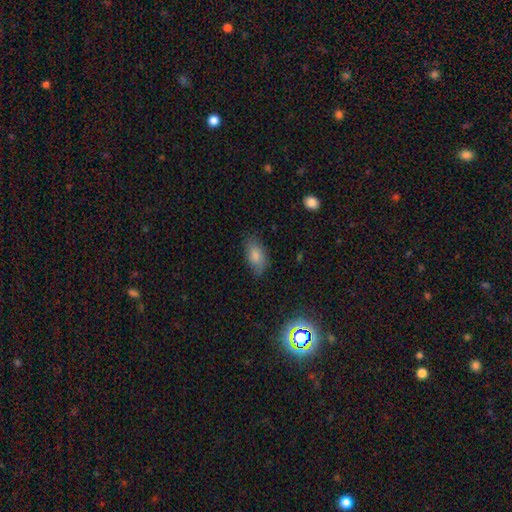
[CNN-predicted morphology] Overall: smooth (82%). How rounded: in between (92%). Merging: none (74%).